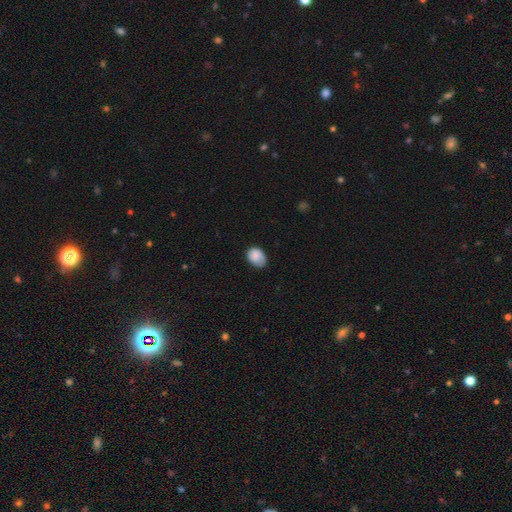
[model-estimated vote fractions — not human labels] Smooth or featured?
  - smooth: 81% *
  - featured or disk: 12%
  - star or artifact: 7%
How rounded?
  - in between: 67% *
  - round: 32%
  - cigar-shaped: 1%
Merging?
  - none: 60% *
  - minor disturbance: 31%
  - major disturbance: 8%
  - merger: 1%